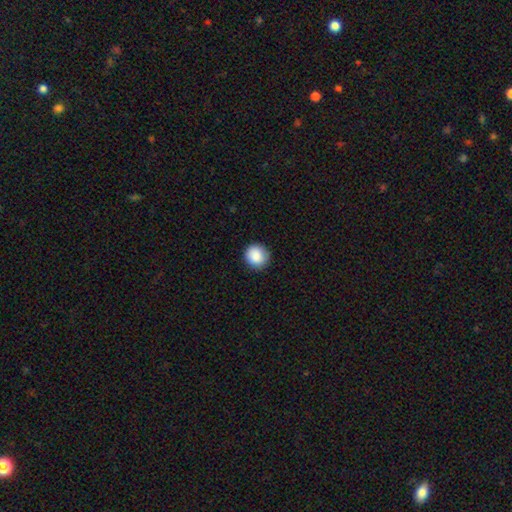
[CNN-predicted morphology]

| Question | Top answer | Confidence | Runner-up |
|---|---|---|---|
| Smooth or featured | smooth | 88% | star or artifact (8%) |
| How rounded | round | 91% | in between (8%) |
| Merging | none | 88% | minor disturbance (10%) |